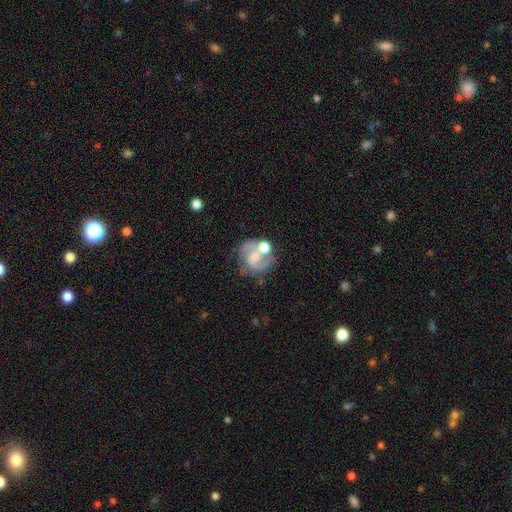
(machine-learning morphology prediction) Overall: featured or disk (74%). Edge-on disk: no (98%). Bar: no (47%; weak 41%). Spiral arms: yes (89%). Spiral arm count: 2 (80%). Spiral winding: medium (51%; tight 26%). Bulge size: small (37%; moderate 34%). Merging: none (51%; merger 20%).